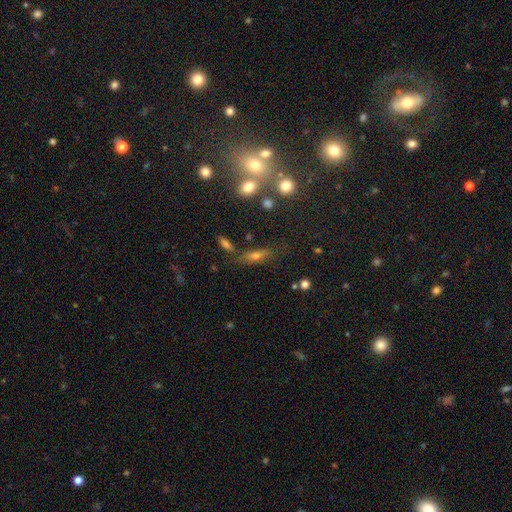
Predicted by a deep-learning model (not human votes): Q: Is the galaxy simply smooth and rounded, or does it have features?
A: smooth — 56%.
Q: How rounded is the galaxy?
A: in between — 50%.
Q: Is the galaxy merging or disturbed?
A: none — 69%.